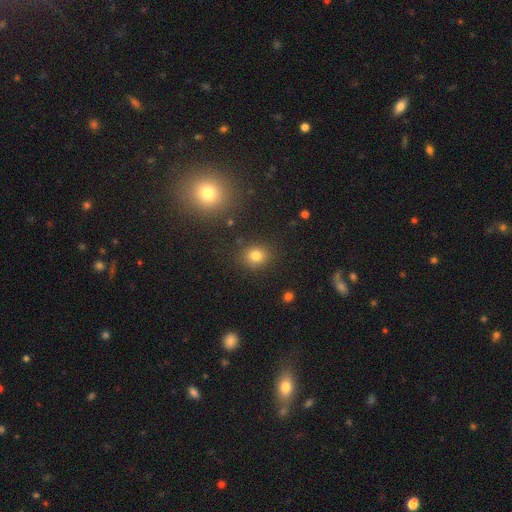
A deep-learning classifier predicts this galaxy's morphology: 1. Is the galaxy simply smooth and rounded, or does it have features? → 79% smooth, 14% star or artifact, 7% featured or disk.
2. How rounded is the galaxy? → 73% round, 26% in between, 1% cigar-shaped.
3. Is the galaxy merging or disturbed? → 85% none, 9% minor disturbance, 3% major disturbance, 3% merger.